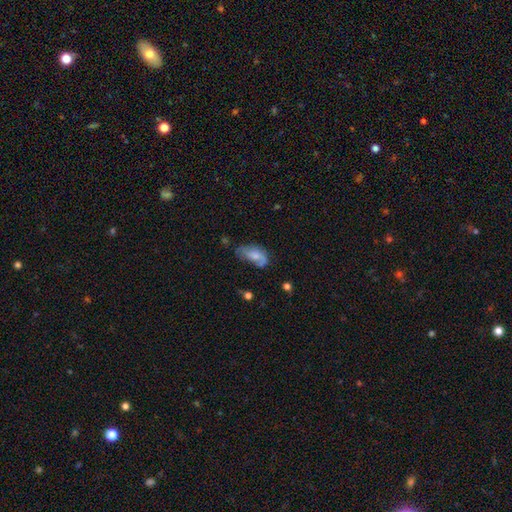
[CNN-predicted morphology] Overall: smooth (54%; featured or disk 38%). How rounded: in between (90%). Merging: none (39%; minor disturbance 33%).